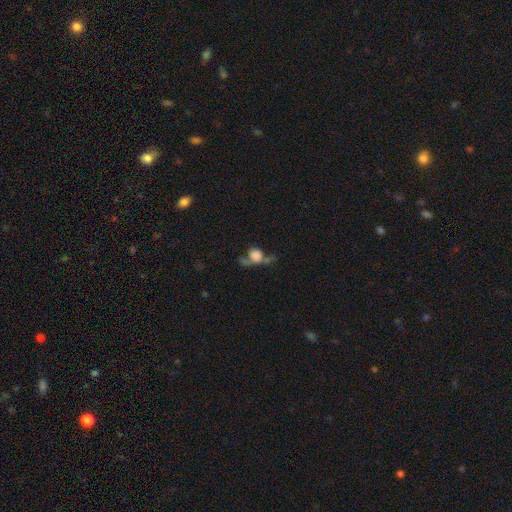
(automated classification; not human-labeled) A smooth galaxy with no disk features (63%) that is round (77%). Merging: major disturbance (30%).